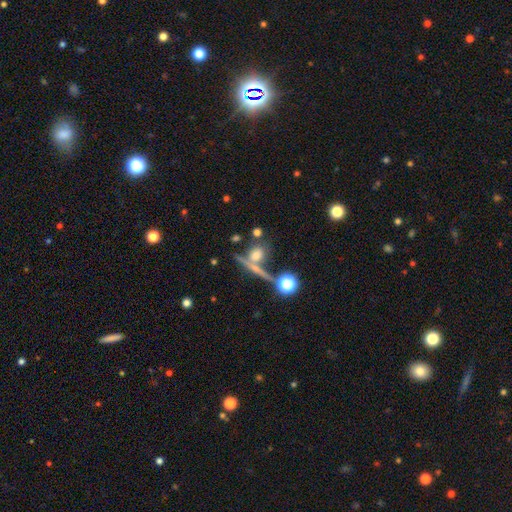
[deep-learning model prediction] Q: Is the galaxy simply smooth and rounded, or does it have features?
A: smooth — 62%.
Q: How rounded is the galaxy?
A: round — 62%.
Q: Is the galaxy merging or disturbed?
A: none — 56%.